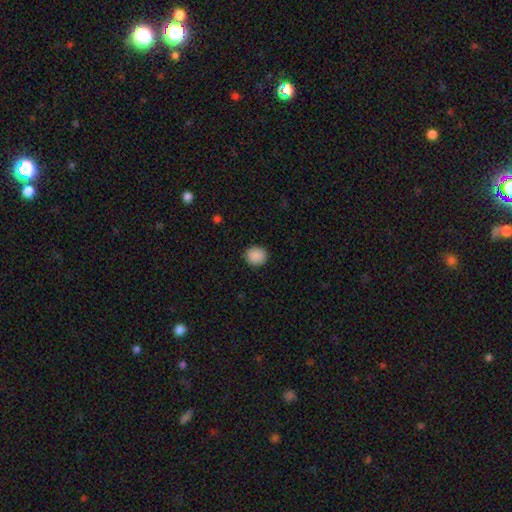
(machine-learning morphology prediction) A smooth galaxy with no disk features (89%) that is round (86%). Merging: none (90%).